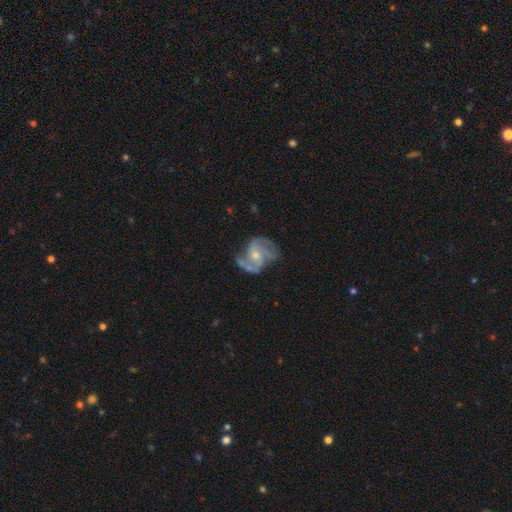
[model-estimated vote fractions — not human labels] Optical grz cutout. It shows a featured or disk galaxy (87%) with no bar (58%), 3 (42%) medium (54%) spiral arms (96%) and a small central bulge (50%). Merging: none (58%).